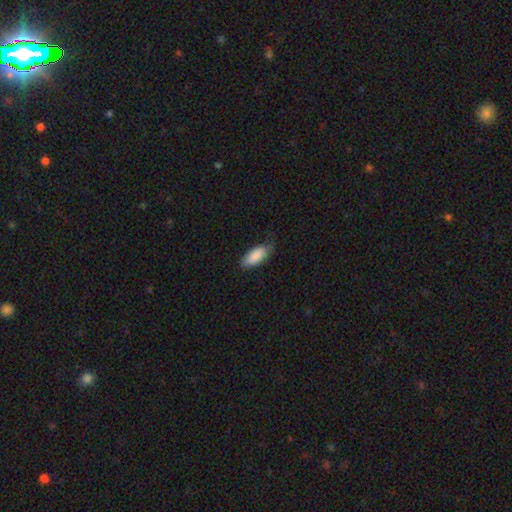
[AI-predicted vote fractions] Morphology: type=smooth (88%); roundness=in between (85%); merging=none (66%).